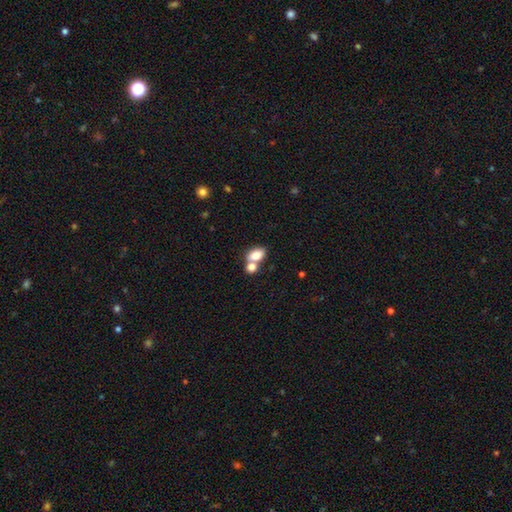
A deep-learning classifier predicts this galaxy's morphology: smooth 81%, featured or disk 10%, star or artifact 9%. Down the decision tree: how rounded — in between (84%); merging — merger (53%).